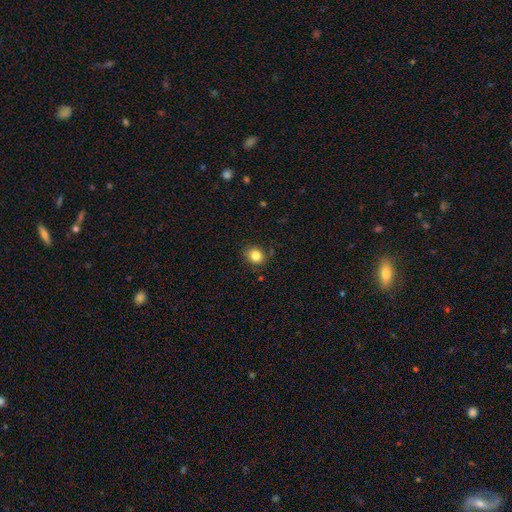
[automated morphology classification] This appears to be a smooth galaxy with no disk features (84%) that is round (68%). Merging: none (83%).